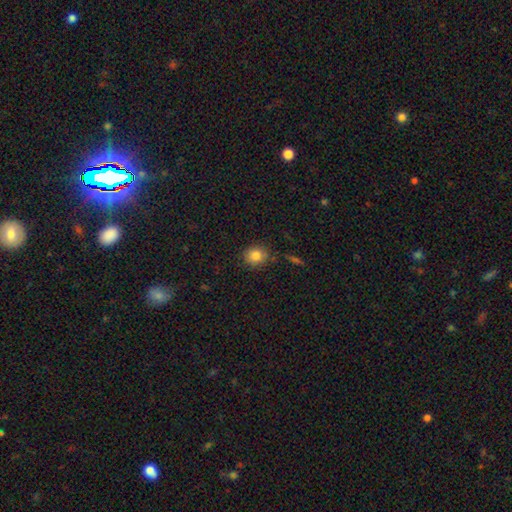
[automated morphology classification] smooth-or-featured: smooth: 83% | star or artifact: 11% | featured or disk: 6%
  how-rounded: round: 81% | in between: 18% | cigar-shaped: 1%
  merging: none: 85% | minor disturbance: 10% | merger: 3% | major disturbance: 3%